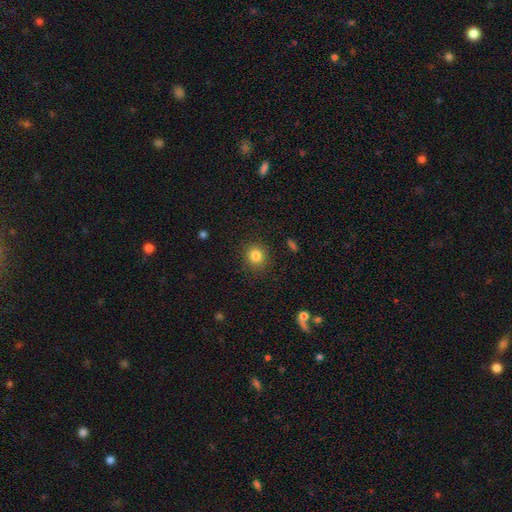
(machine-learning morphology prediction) Smooth or featured?
  - smooth: 83% *
  - star or artifact: 11%
  - featured or disk: 6%
How rounded?
  - round: 87% *
  - in between: 12%
  - cigar-shaped: 1%
Merging?
  - none: 89% *
  - minor disturbance: 7%
  - major disturbance: 3%
  - merger: 1%